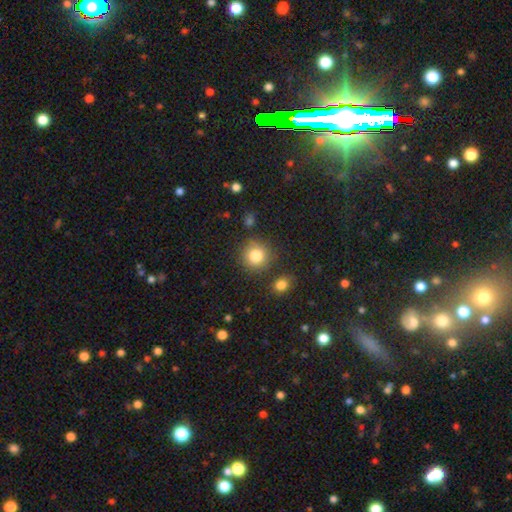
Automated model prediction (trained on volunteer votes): A smooth galaxy with no disk features (82%) that is round (93%). Merging: none (84%).